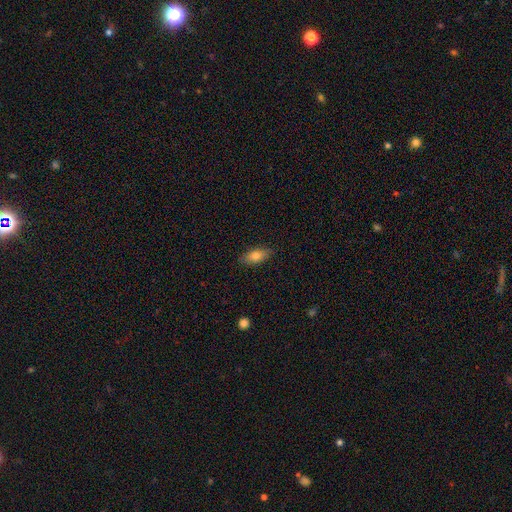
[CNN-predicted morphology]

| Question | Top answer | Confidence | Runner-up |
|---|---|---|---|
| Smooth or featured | smooth | 77% | featured or disk (16%) |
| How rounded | in between | 80% | cigar-shaped (16%) |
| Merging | none | 87% | minor disturbance (10%) |